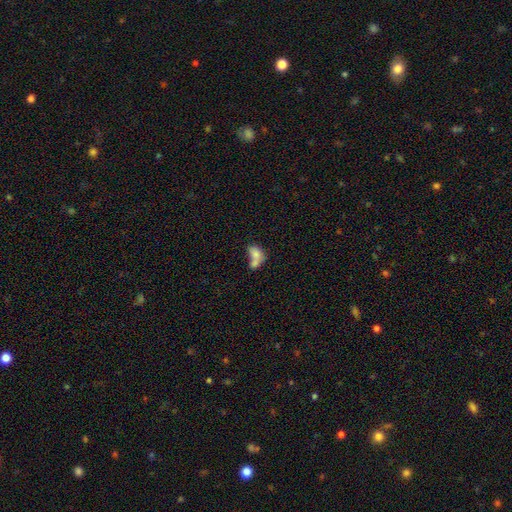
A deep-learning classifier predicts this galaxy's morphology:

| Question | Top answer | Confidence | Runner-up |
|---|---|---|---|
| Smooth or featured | smooth | 73% | featured or disk (18%) |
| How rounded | in between | 80% | round (17%) |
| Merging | merger | 65% | none (18%) |